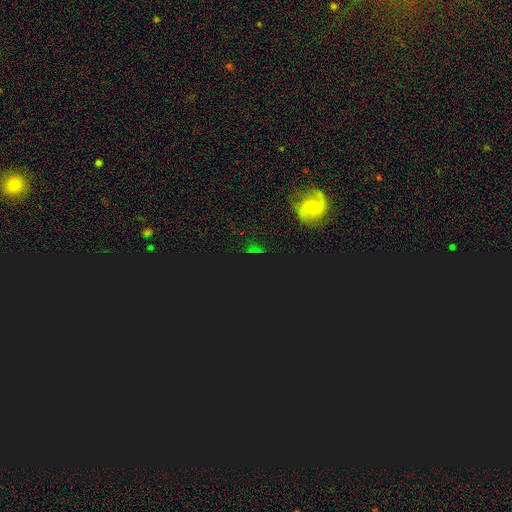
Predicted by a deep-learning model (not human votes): smooth_or_featured: star or artifact (p=0.68) [alt: smooth p=0.17]